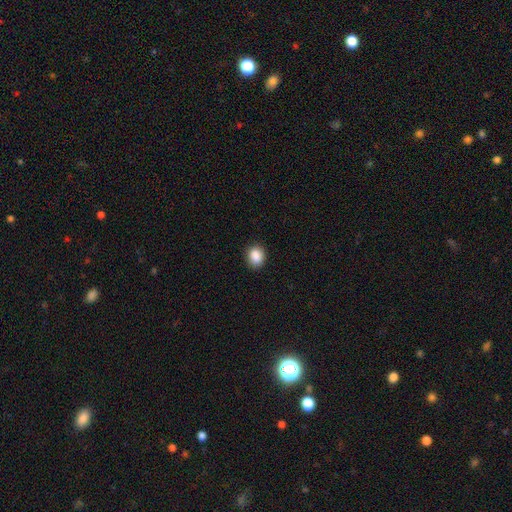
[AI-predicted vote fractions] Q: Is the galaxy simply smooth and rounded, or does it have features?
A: smooth — 88%.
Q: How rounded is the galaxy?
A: round — 56%.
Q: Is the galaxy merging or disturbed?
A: none — 86%.